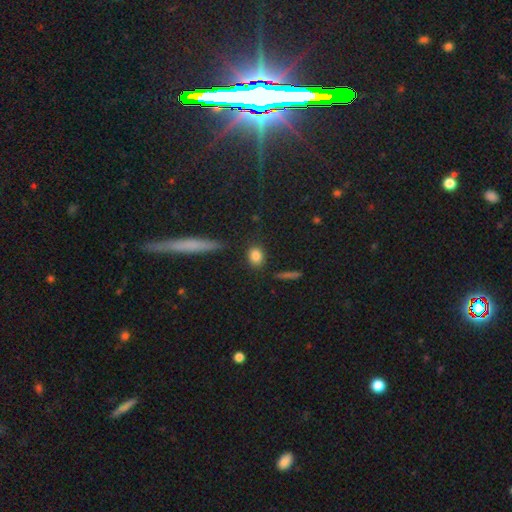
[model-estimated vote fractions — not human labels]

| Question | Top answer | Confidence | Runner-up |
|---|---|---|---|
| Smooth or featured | smooth | 84% | star or artifact (9%) |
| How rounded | round | 57% | in between (39%) |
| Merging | none | 86% | minor disturbance (9%) |